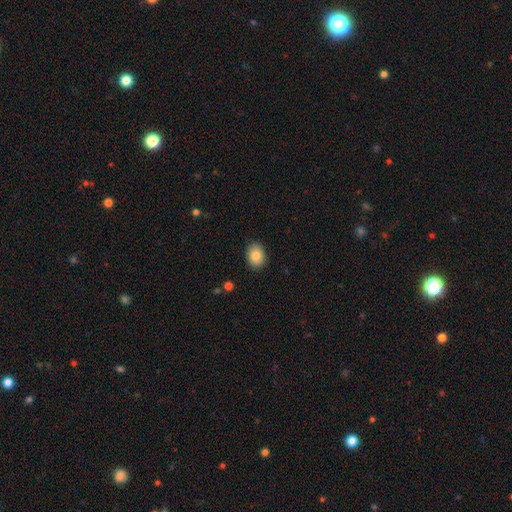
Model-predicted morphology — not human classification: A smooth galaxy with no disk features (86%) that is in between round and cigar-shaped (65%).

Vote fractions:
- Smooth or featured? smooth: 86% / star or artifact: 8% / featured or disk: 6%
- How rounded? in between: 65% / round: 34% / cigar-shaped: 1%
- Merging? none: 88% / minor disturbance: 9% / major disturbance: 2% / merger: 1%